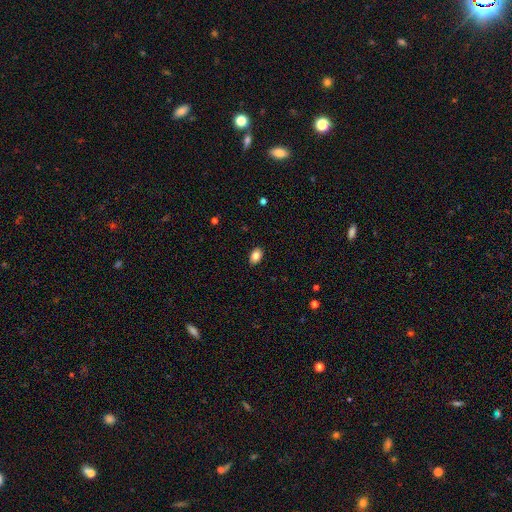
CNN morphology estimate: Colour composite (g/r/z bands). It shows a smooth galaxy with no disk features (84%) that is in between round and cigar-shaped (87%). Merging: none (89%).